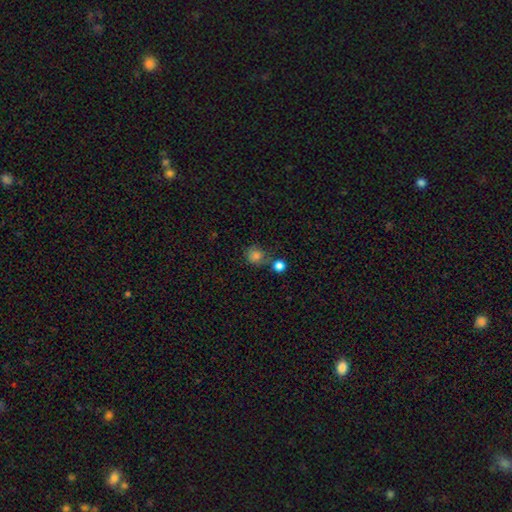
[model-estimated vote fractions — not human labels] Smooth or featured?
  - smooth: 80% *
  - star or artifact: 13%
  - featured or disk: 7%
How rounded?
  - round: 80% *
  - in between: 19%
  - cigar-shaped: 1%
Merging?
  - none: 59% *
  - merger: 19%
  - minor disturbance: 16%
  - major disturbance: 6%